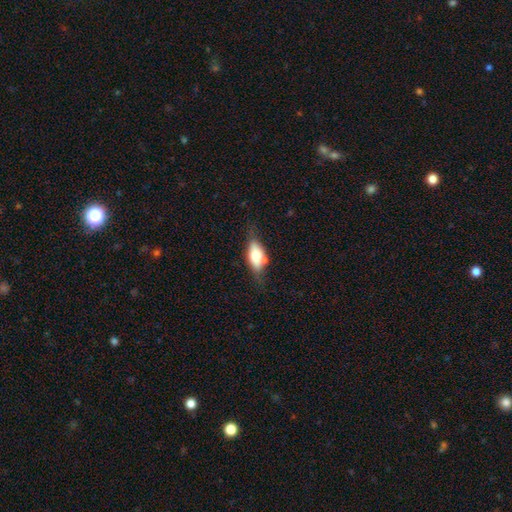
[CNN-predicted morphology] Q: Smooth or featured?
A: smooth (62%); runner-up: featured or disk (31%)
Q: How rounded?
A: in between (80%); runner-up: cigar-shaped (17%)
Q: Merging?
A: none (59%); runner-up: minor disturbance (26%)